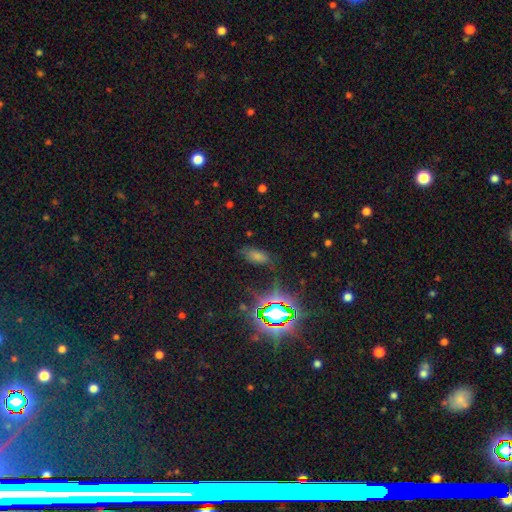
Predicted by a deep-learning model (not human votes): Overall: smooth (49%; star or artifact 39%). Merging: none (70%).